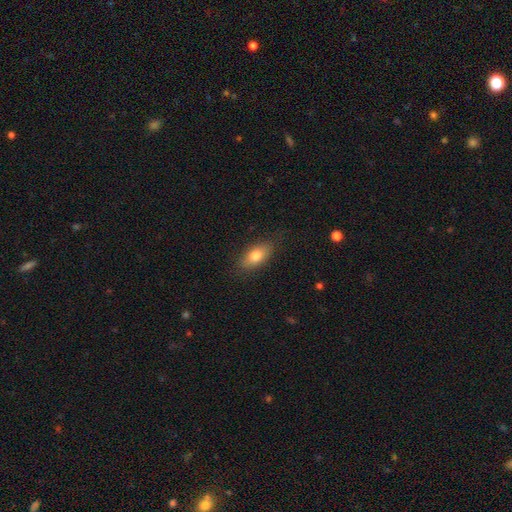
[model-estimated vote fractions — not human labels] smooth-or-featured: smooth: 78% | featured or disk: 14% | star or artifact: 7%
  how-rounded: in between: 85% | cigar-shaped: 11% | round: 5%
  merging: none: 83% | minor disturbance: 13% | major disturbance: 3% | merger: 1%